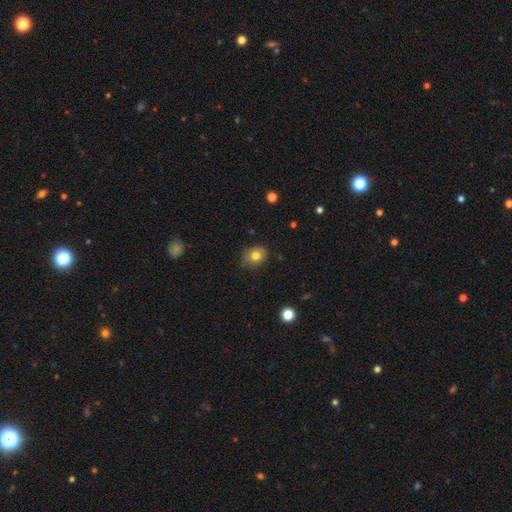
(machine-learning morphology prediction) Q: Smooth or featured?
A: smooth (78%); runner-up: featured or disk (11%)
Q: How rounded?
A: in between (51%); runner-up: round (48%)
Q: Merging?
A: none (76%); runner-up: minor disturbance (19%)